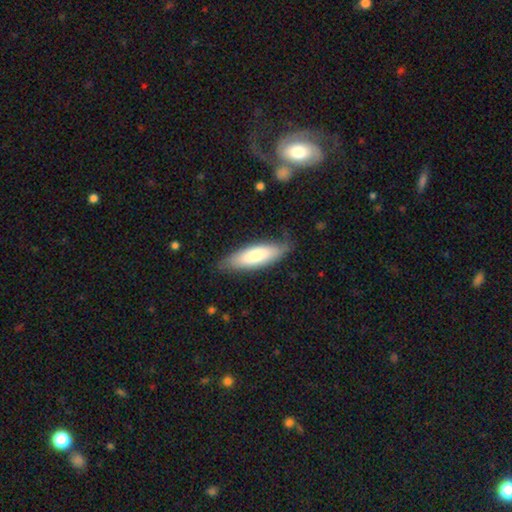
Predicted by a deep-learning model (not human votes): A smooth galaxy with no disk features (70%) that is in between round and cigar-shaped (57%). Merging: none (77%).